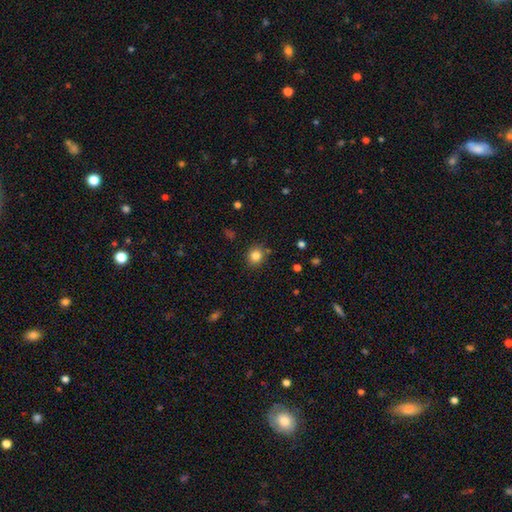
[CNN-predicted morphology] A smooth galaxy with no disk features (83%) that is round (84%). Merging: none (85%).